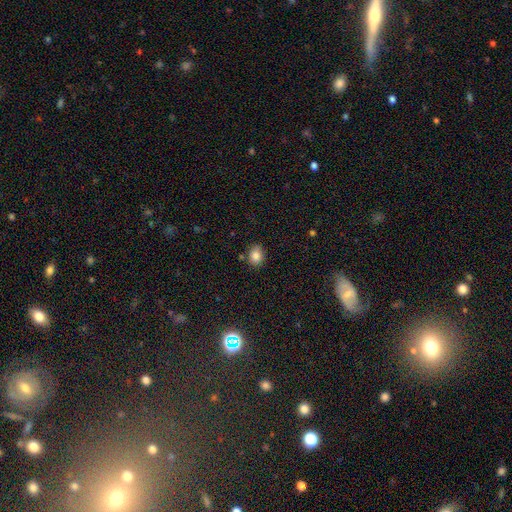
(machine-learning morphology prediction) This appears to be a smooth galaxy with no disk features (83%) that is in between round and cigar-shaped (50%). Merging: none (81%).